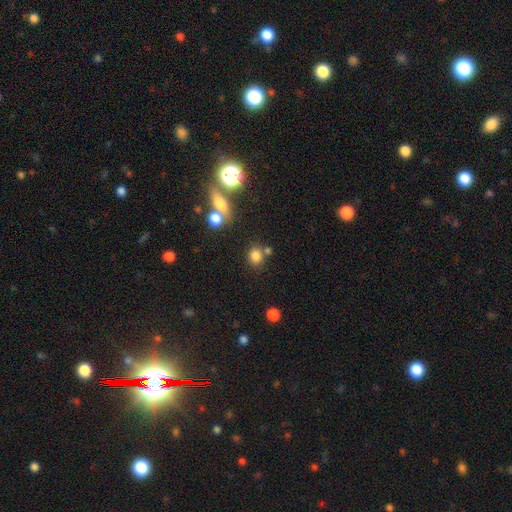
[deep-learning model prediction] Smooth or featured? Predicted: smooth (p=0.80). How rounded? Predicted: round (p=0.71). Merging? Predicted: none (p=0.67).